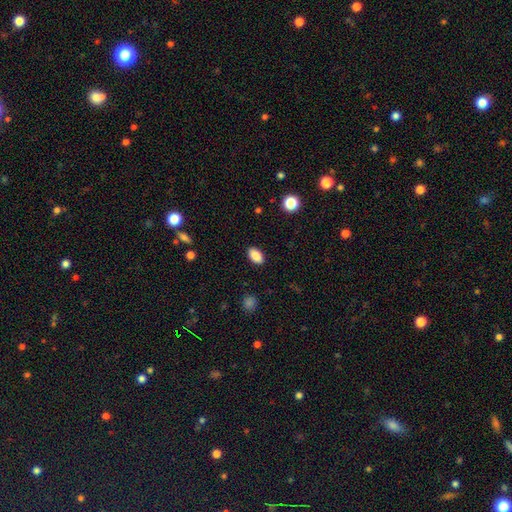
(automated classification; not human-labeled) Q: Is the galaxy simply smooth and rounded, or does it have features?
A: smooth — 86%.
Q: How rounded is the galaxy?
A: in between — 91%.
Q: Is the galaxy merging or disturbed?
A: none — 89%.